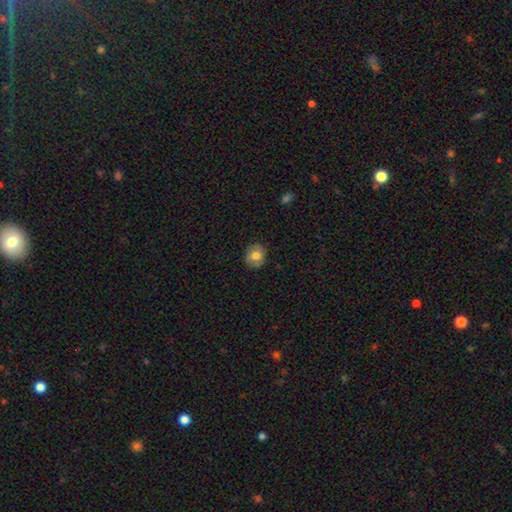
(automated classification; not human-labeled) smooth-or-featured: smooth: 71% | featured or disk: 21% | star or artifact: 9%
  how-rounded: round: 72% | in between: 27% | cigar-shaped: 1%
  merging: none: 83% | minor disturbance: 12% | major disturbance: 3% | merger: 1%